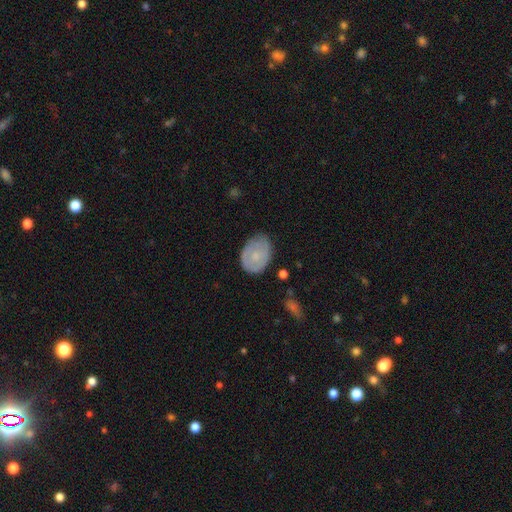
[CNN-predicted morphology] A smooth galaxy with no disk features (64%) that is in between round and cigar-shaped (70%). Merging: none (70%).